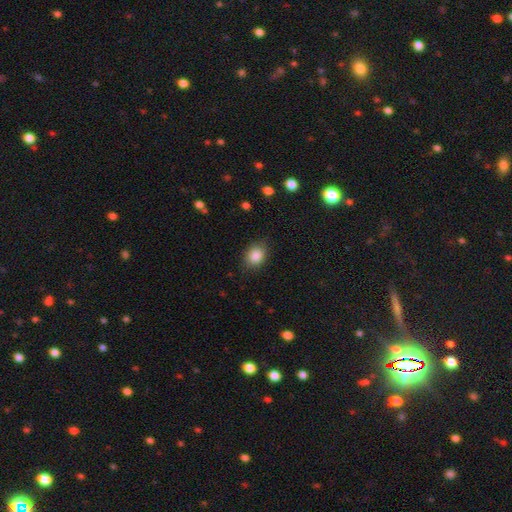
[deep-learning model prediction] This is clearly a smooth galaxy (87%). How rounded: possibly in between (56%). Merging: clearly none (83%).